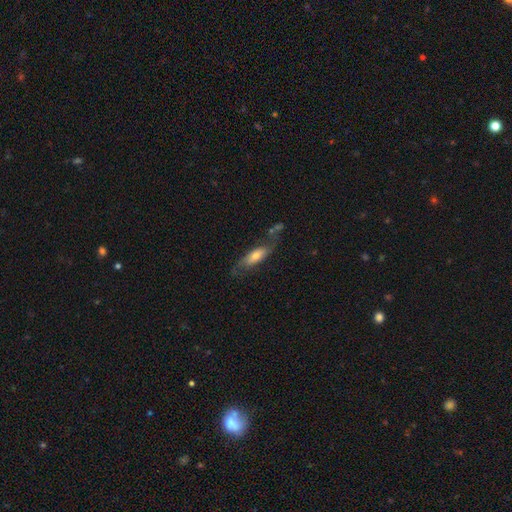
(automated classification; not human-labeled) Q: Smooth or featured?
A: smooth (56%); runner-up: featured or disk (37%)
Q: How rounded?
A: in between (59%); runner-up: cigar-shaped (38%)
Q: Merging?
A: none (57%); runner-up: minor disturbance (23%)